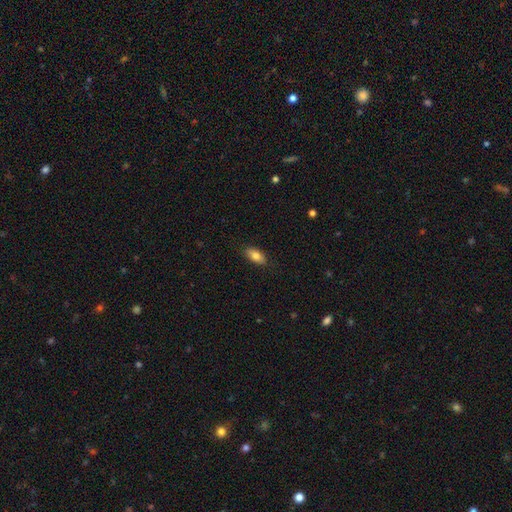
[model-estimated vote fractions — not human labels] Morphology: type=smooth (82%); roundness=in between (88%); merging=none (87%).